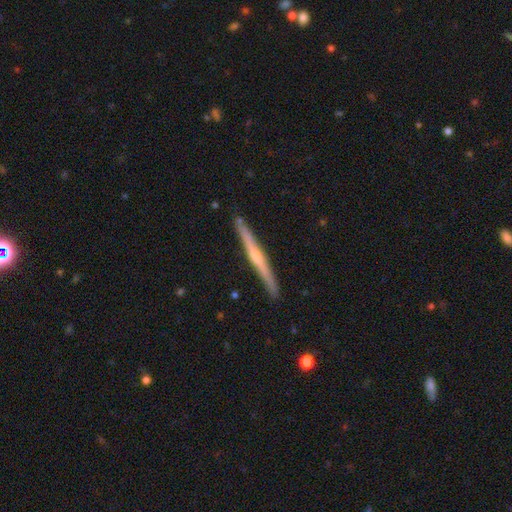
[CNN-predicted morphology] smooth_or_featured: featured or disk (p=0.69) [alt: smooth p=0.26]
disk_edge_on: yes (p=0.98) [alt: no p=0.02]
edge_on_bulge: rounded (p=0.66) [alt: none p=0.28]
merging: none (p=0.90) [alt: minor disturbance p=0.07]